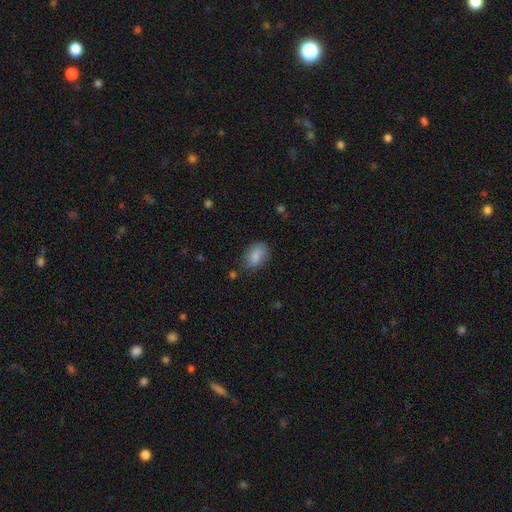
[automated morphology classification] The model was most divided on "merging": none: 73%, minor disturbance: 20%, major disturbance: 5%, merger: 2%. More confident: smooth or featured — smooth (83%); how rounded — in between (83%).